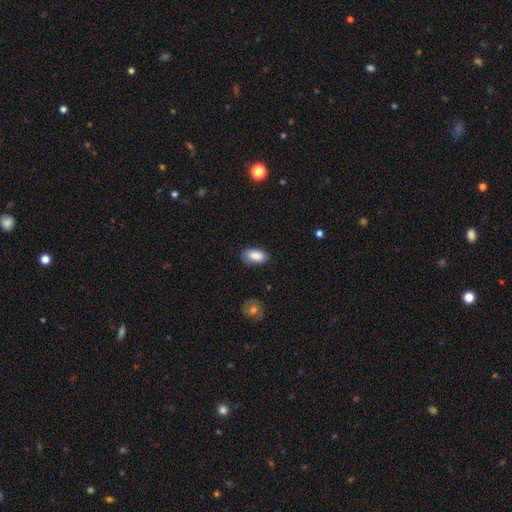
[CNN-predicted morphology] Overall: smooth (87%). How rounded: in between (93%). Merging: none (80%).